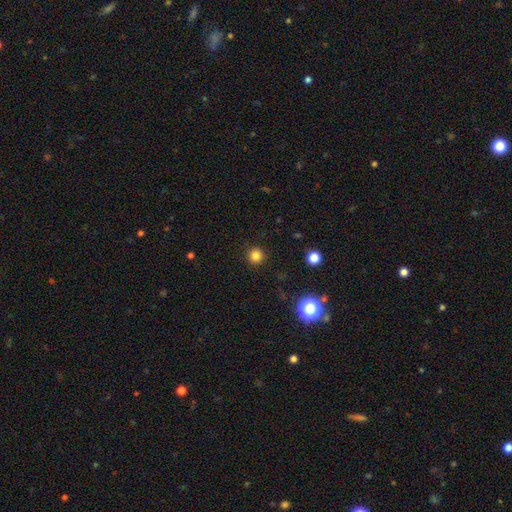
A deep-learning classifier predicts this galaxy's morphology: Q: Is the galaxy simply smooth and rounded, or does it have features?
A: smooth — 82%.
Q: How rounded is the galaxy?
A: round — 95%.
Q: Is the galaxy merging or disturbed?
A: none — 92%.